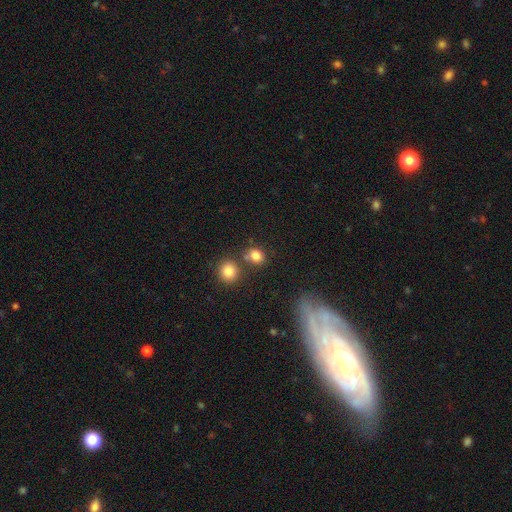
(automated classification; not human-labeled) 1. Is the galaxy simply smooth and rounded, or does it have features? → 81% smooth, 12% star or artifact, 6% featured or disk.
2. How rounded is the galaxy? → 59% round, 40% in between, 1% cigar-shaped.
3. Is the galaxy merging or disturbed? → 65% none, 19% merger, 12% minor disturbance, 4% major disturbance.